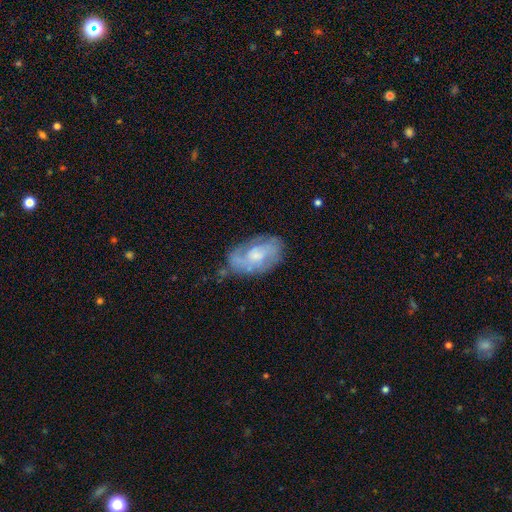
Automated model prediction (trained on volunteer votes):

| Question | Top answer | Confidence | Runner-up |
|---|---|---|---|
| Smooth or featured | featured or disk | 68% | smooth (25%) |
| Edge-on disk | no | 95% | yes (5%) |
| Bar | no | 67% | weak (28%) |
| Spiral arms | yes | 78% | no (22%) |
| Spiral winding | tight | 45% | medium (39%) |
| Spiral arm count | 2 | 39% | can't tell (38%) |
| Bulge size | moderate | 43% | small (36%) |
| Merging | none | 62% | minor disturbance (25%) |